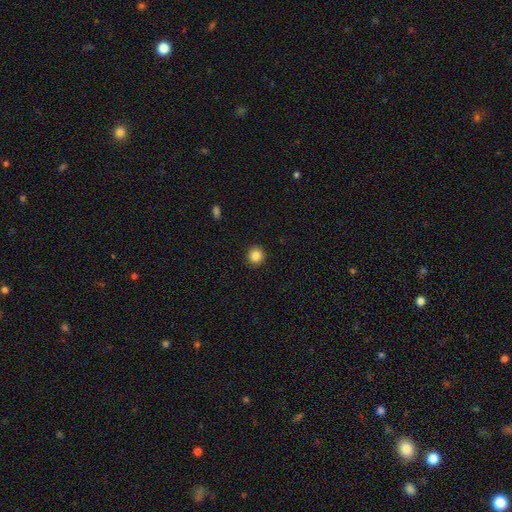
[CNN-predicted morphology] Smooth or featured: smooth — 85% (star or artifact — 10%)
How rounded: round — 91% (in between — 8%)
Merging: none — 92% (minor disturbance — 5%)